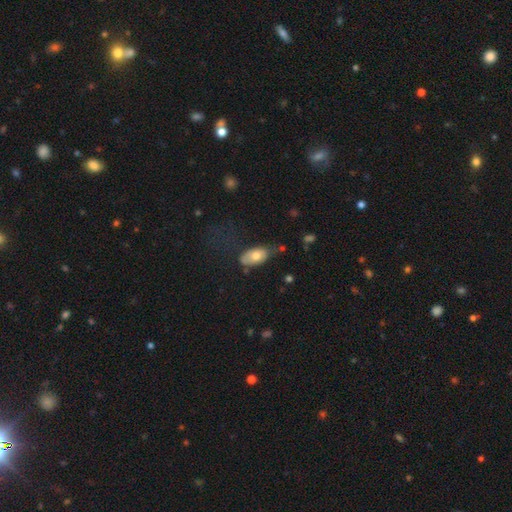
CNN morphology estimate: smooth 73%, featured or disk 20%, star or artifact 7%. Down the decision tree: how rounded — in between (91%); merging — none (48%).